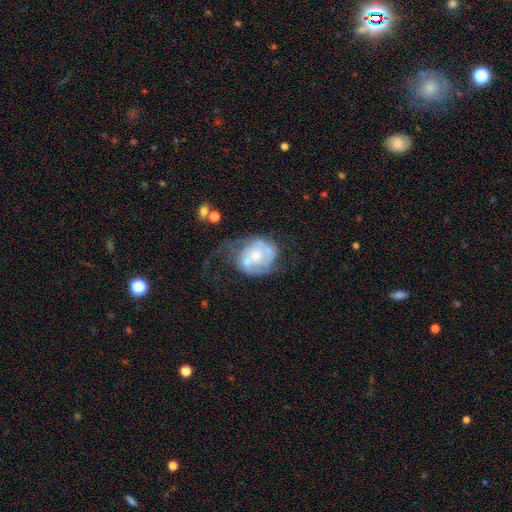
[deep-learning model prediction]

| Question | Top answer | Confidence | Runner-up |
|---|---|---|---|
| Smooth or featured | featured or disk | 72% | smooth (21%) |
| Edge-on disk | no | 98% | yes (2%) |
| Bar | no | 72% | weak (23%) |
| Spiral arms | yes | 76% | no (24%) |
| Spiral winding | tight | 40% | medium (37%) |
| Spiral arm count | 2 | 51% | can't tell (26%) |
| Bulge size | small | 44% | moderate (43%) |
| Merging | major disturbance | 36% | none (29%) |